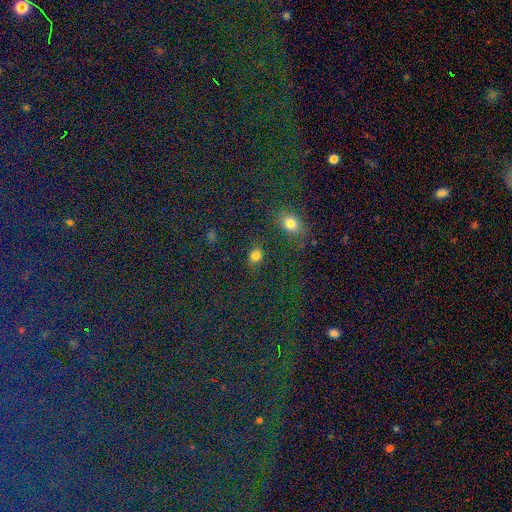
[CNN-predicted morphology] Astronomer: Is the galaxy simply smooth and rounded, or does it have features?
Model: smooth — 81%.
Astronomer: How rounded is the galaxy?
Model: round — 60% (runner-up: in between, 38%).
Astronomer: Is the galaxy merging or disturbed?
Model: none — 81%.